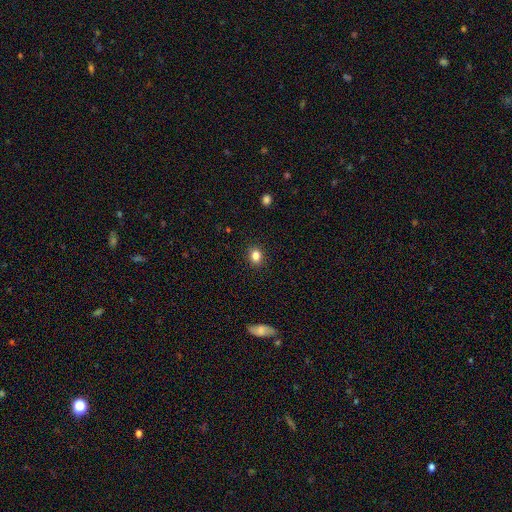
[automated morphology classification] smooth-or-featured: smooth: 83% | star or artifact: 11% | featured or disk: 5%
  how-rounded: round: 55% | in between: 44% | cigar-shaped: 1%
  merging: none: 90% | minor disturbance: 7% | major disturbance: 2% | merger: 1%